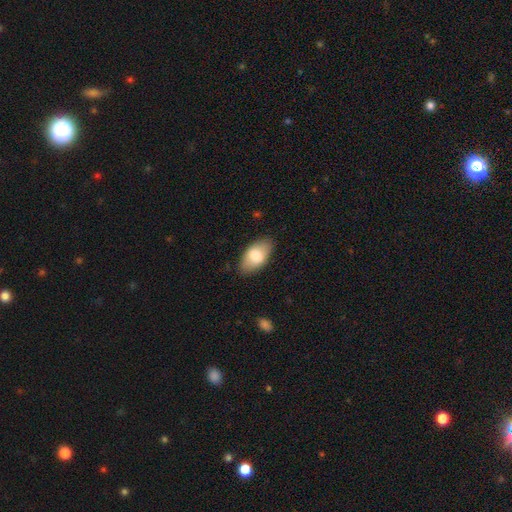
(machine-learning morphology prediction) smooth-or-featured: smooth: 75% | featured or disk: 19% | star or artifact: 6%
  how-rounded: in between: 93% | round: 4% | cigar-shaped: 3%
  merging: none: 84% | minor disturbance: 12% | major disturbance: 3% | merger: 1%